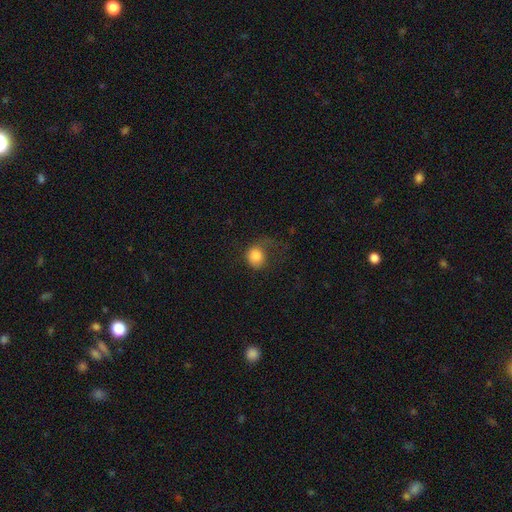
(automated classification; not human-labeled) A smooth galaxy with no disk features (81%) that is round (74%).

Vote fractions:
- Smooth or featured? smooth: 81% / featured or disk: 10% / star or artifact: 9%
- How rounded? round: 74% / in between: 25% / cigar-shaped: 1%
- Merging? none: 40% / major disturbance: 34% / minor disturbance: 24% / merger: 2%